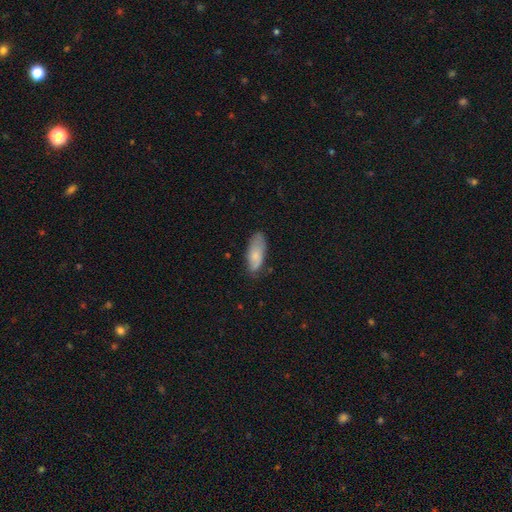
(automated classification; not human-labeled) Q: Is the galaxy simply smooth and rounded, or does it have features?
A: smooth — 76%.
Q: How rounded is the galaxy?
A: in between — 79%.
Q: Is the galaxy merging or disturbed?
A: none — 67%.